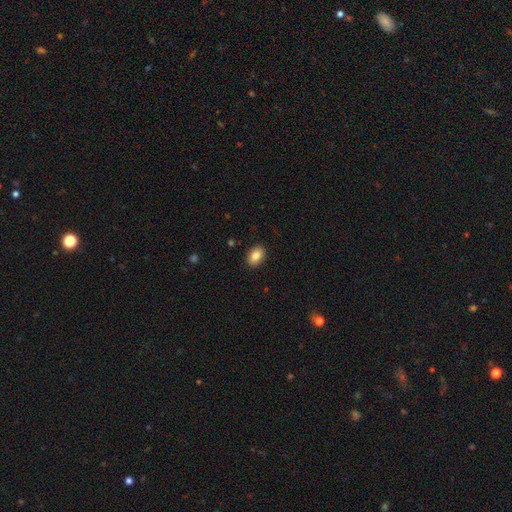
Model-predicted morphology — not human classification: Smooth or featured? smooth (84%)
How rounded? in between (82%)
Merging? none (89%)